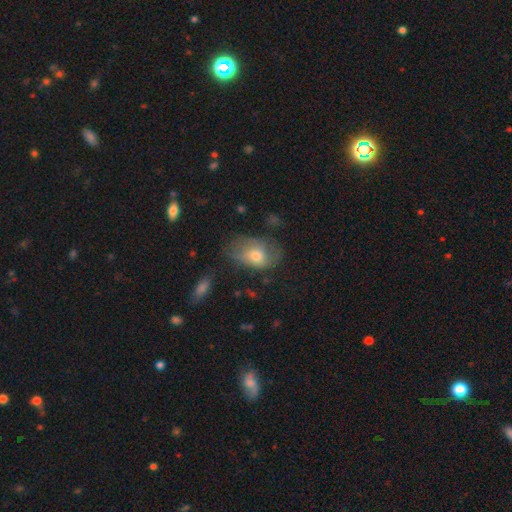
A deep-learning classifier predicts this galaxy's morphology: Smooth or featured? Predicted: smooth (p=0.64). How rounded? Predicted: in between (p=0.86). Merging? Predicted: none (p=0.44).